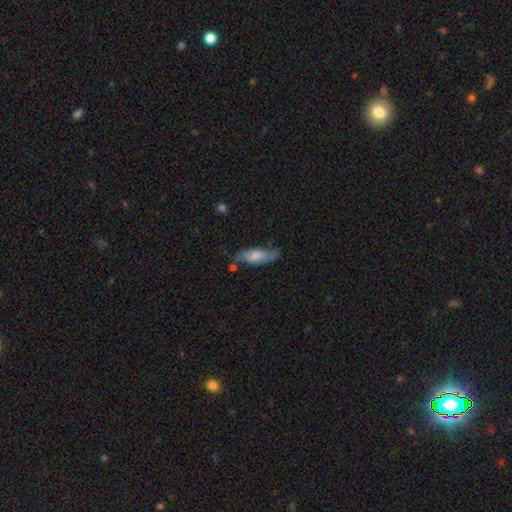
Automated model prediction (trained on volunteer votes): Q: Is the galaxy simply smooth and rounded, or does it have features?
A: smooth — 55%.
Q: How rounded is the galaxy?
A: in between — 59%.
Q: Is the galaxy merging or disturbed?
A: none — 60%.